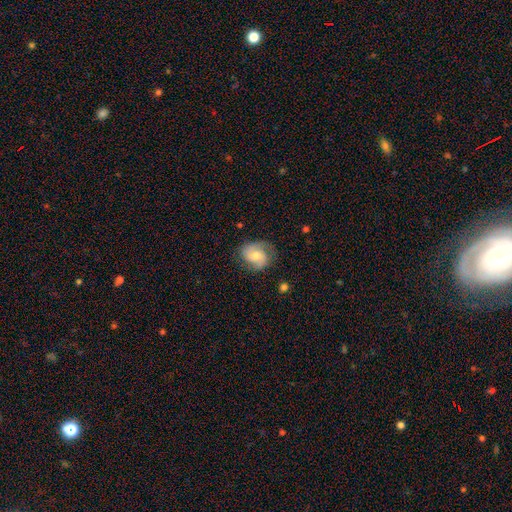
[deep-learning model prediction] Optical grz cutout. It shows a featured or disk galaxy (60%) with no bar (56%), 2 (79%) medium (47%) spiral arms (90%) and a moderate central bulge (56%). Merging: none (68%).